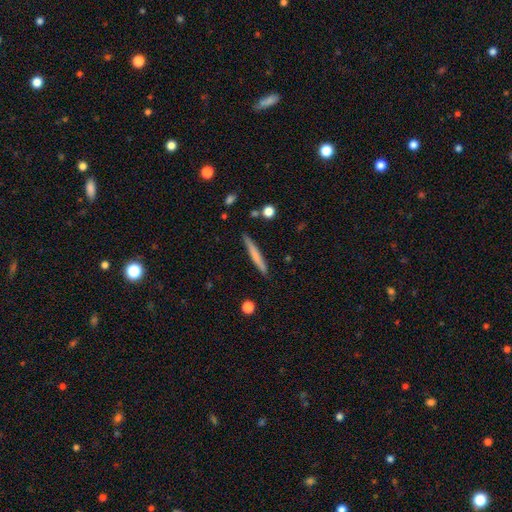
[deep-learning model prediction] smooth_or_featured: smooth (p=0.63) [alt: featured or disk p=0.31]
how_rounded: cigar-shaped (p=0.96) [alt: in between p=0.03]
merging: none (p=0.88) [alt: minor disturbance p=0.08]